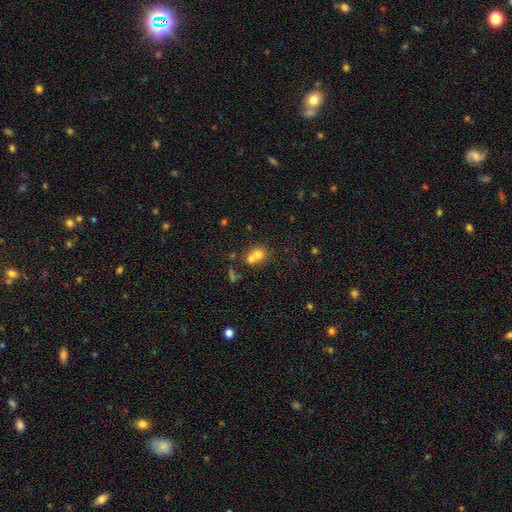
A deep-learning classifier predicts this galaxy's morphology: Smooth or featured: smooth — 68% (featured or disk — 18%)
How rounded: round — 75% (in between — 23%)
Merging: merger — 61% (none — 30%)